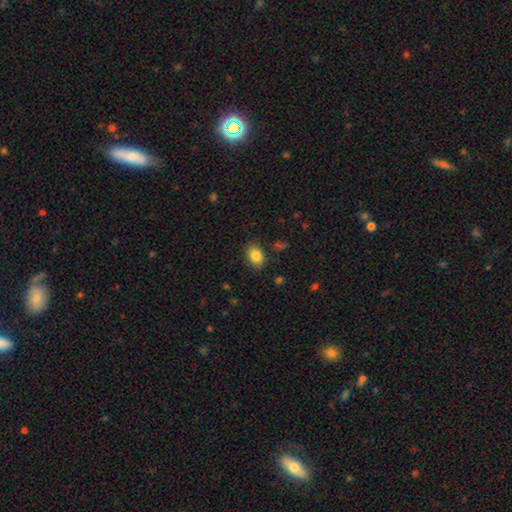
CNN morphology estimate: A smooth galaxy with no disk features (85%) that is in between round and cigar-shaped (75%).

Vote fractions:
- Smooth or featured? smooth: 85% / star or artifact: 9% / featured or disk: 7%
- How rounded? in between: 75% / round: 24% / cigar-shaped: 1%
- Merging? none: 84% / minor disturbance: 11% / major disturbance: 3% / merger: 2%